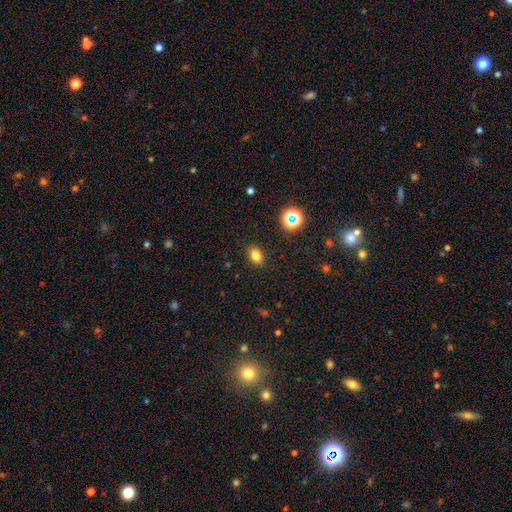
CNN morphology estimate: smooth_or_featured: smooth (p=0.79) [alt: star or artifact p=0.14]
how_rounded: in between (p=0.76) [alt: round p=0.22]
merging: none (p=0.88) [alt: minor disturbance p=0.08]